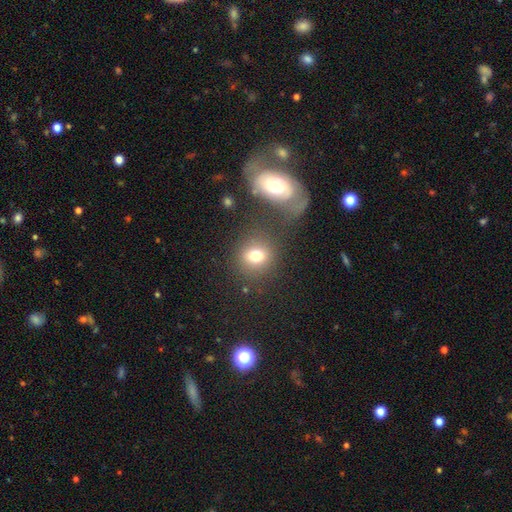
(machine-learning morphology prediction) smooth 75%, star or artifact 13%, featured or disk 13%. Down the decision tree: how rounded — round (73%); merging — none (72%).